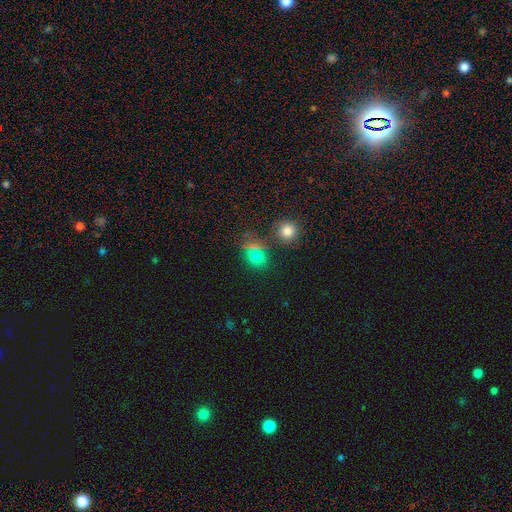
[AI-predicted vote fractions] Smooth or featured? Predicted: smooth (p=0.61). How rounded? Predicted: round (p=0.63). Merging? Predicted: none (p=0.74).